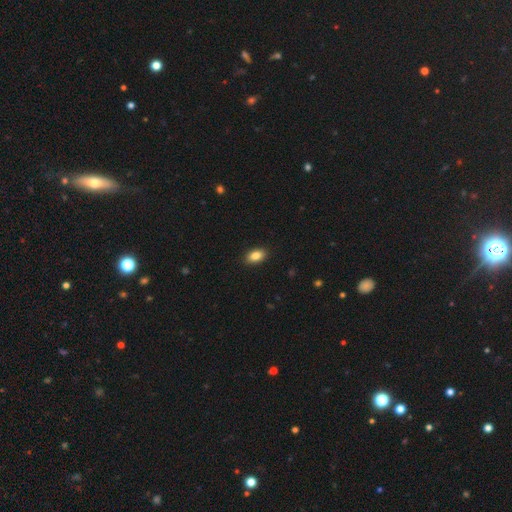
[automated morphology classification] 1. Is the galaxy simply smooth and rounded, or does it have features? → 86% smooth, 8% star or artifact, 6% featured or disk.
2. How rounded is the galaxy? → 91% in between, 7% round, 3% cigar-shaped.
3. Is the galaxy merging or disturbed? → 89% none, 8% minor disturbance, 2% major disturbance, 1% merger.